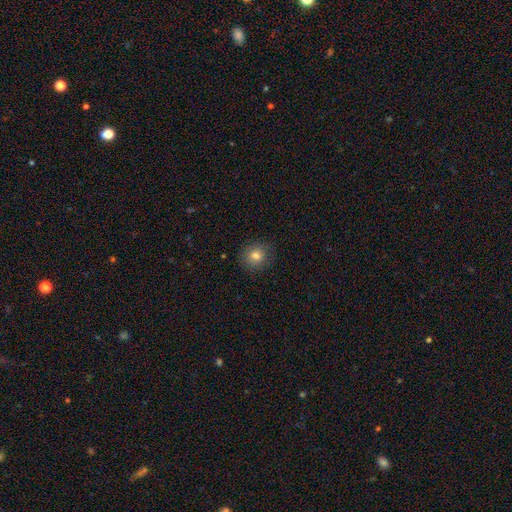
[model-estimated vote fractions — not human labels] Morphology: type=smooth (81%); roundness=round (85%); merging=none (88%).